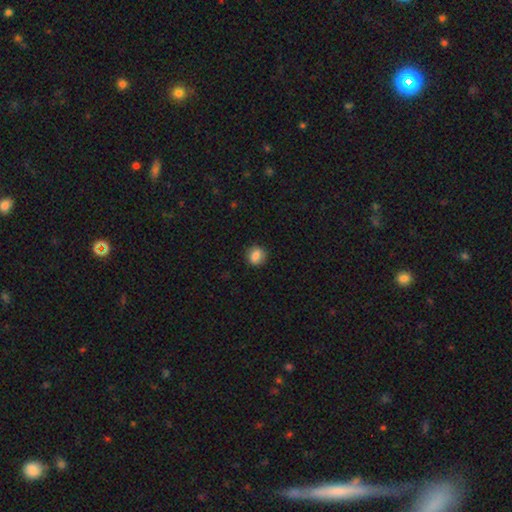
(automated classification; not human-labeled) smooth_or_featured: smooth (p=0.82) [alt: star or artifact p=0.09]
how_rounded: round (p=0.83) [alt: in between p=0.16]
merging: none (p=0.88) [alt: minor disturbance p=0.09]